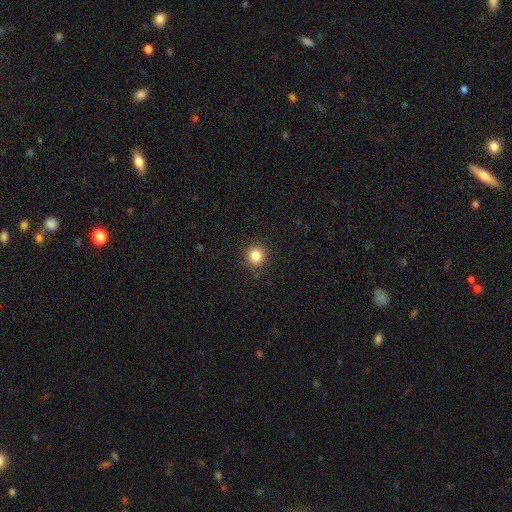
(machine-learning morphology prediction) The model was most divided on "smooth or featured": smooth: 84%, star or artifact: 11%, featured or disk: 5%. More confident: how rounded — round (91%); merging — none (90%).